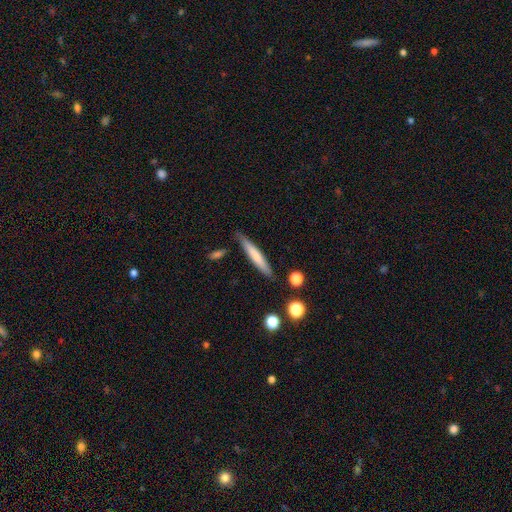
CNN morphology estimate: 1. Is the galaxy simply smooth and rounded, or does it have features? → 67% smooth, 27% featured or disk, 6% star or artifact.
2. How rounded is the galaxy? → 93% cigar-shaped, 6% in between, 1% round.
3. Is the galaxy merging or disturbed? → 84% none, 12% minor disturbance, 3% merger, 2% major disturbance.